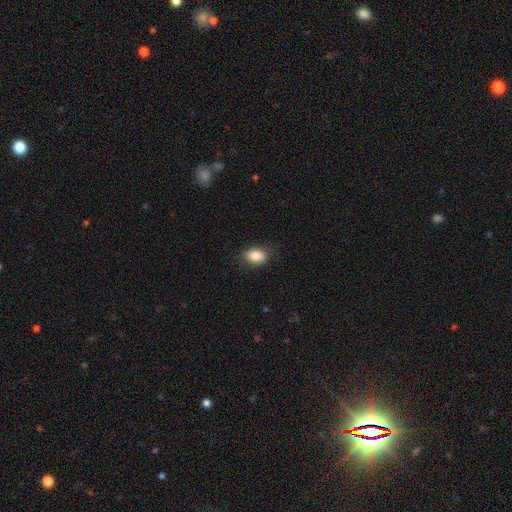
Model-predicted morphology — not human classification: A smooth galaxy with no disk features (86%) that is in between round and cigar-shaped (75%).

Vote fractions:
- Smooth or featured? smooth: 86% / star or artifact: 8% / featured or disk: 6%
- How rounded? in between: 75% / round: 23% / cigar-shaped: 1%
- Merging? none: 81% / minor disturbance: 15% / major disturbance: 4% / merger: 1%